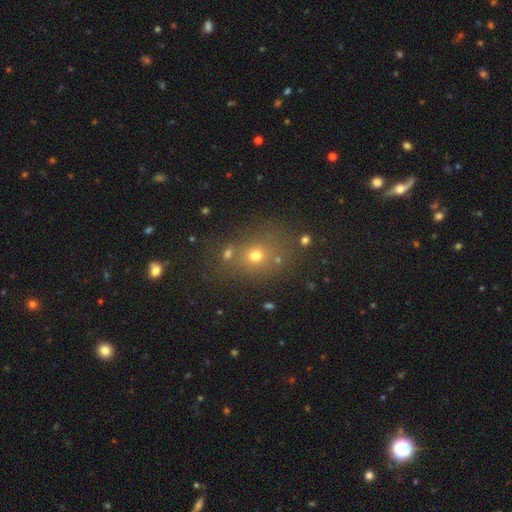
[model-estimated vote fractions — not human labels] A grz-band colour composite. It shows a smooth galaxy with no disk features (65%) that is round (65%). Merging: none (67%).